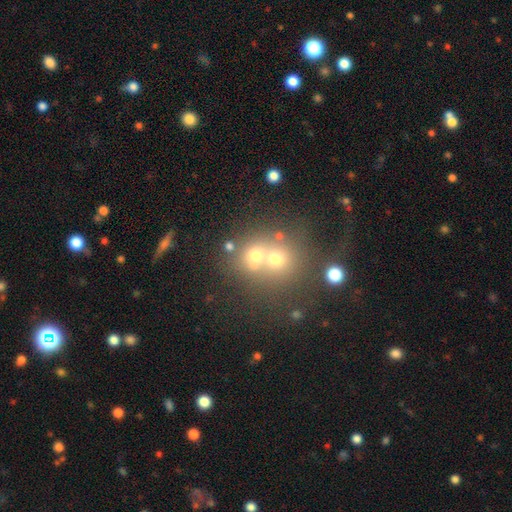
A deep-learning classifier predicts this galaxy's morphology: smooth 61%, star or artifact 20%, featured or disk 18%. Down the decision tree: how rounded — round (76%); merging — merger (53%).